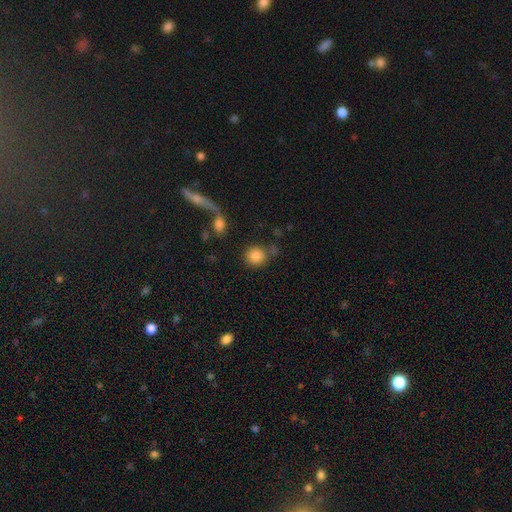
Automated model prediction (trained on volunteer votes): This appears to be a smooth galaxy with no disk features (84%) that is round (86%). Merging: none (68%).